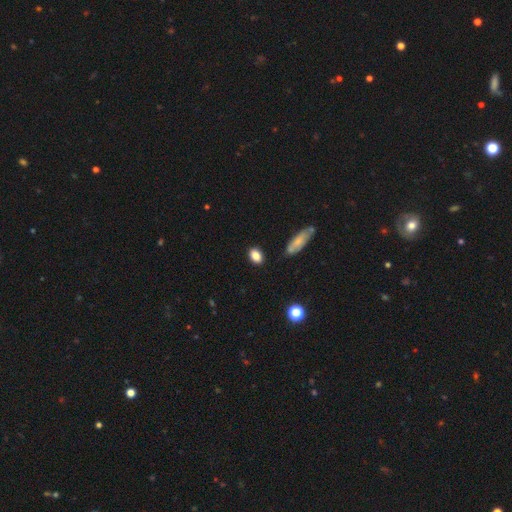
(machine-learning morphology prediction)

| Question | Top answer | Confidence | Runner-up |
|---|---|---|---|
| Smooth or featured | smooth | 85% | star or artifact (8%) |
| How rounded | in between | 81% | round (15%) |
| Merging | none | 85% | minor disturbance (11%) |